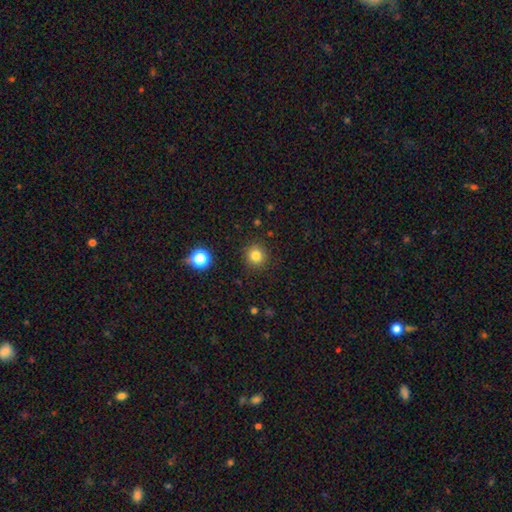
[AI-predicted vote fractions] This is clearly a smooth galaxy (81%). How rounded: clearly round (92%). Merging: clearly none (90%).